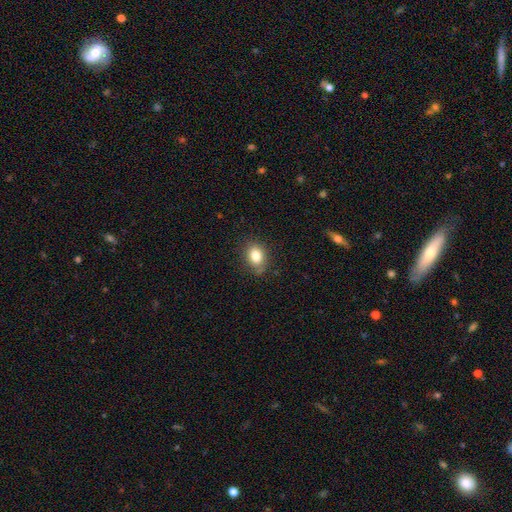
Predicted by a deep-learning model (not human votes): This is clearly a smooth galaxy (82%). How rounded: likely in between (66%). Merging: likely none (79%).